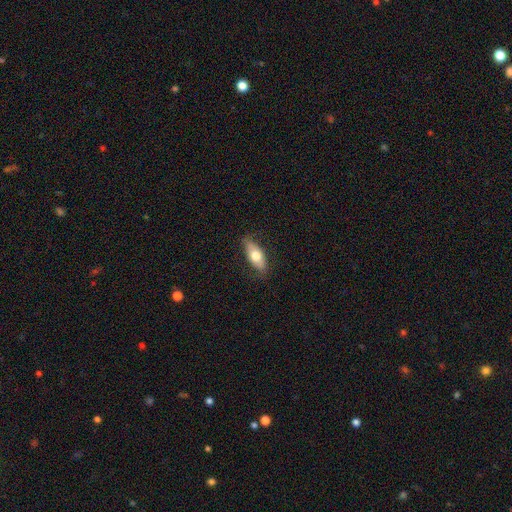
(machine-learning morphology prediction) The model was most divided on "smooth or featured": smooth: 67%, featured or disk: 28%, star or artifact: 6%. More confident: how rounded — in between (82%); merging — none (80%).